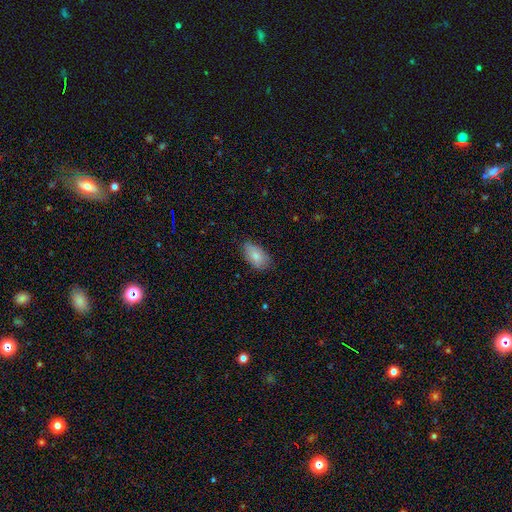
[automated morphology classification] This is clearly a smooth galaxy (81%). How rounded: clearly in between (93%). Merging: likely none (73%).